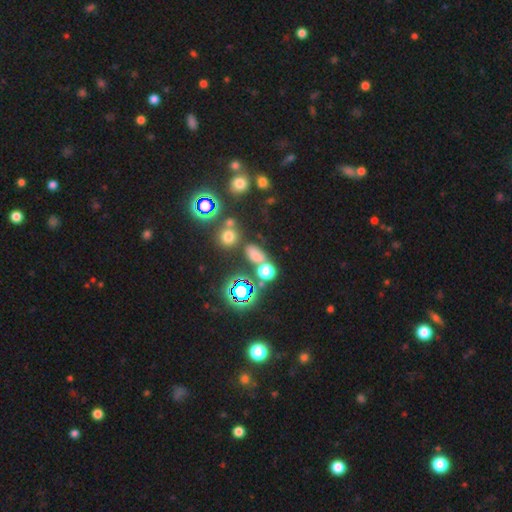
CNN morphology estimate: The model was most divided on "smooth or featured": smooth: 59%, star or artifact: 32%, featured or disk: 9%. More confident: how rounded — in between (63%); merging — none (61%).